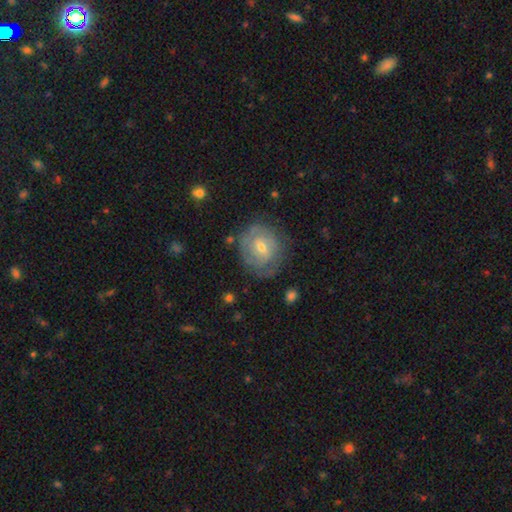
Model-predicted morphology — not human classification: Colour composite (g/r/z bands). It shows a smooth galaxy with no disk features (44%). Merging: none (85%).